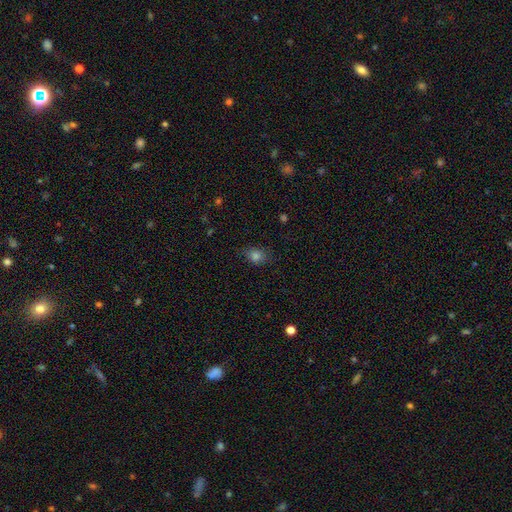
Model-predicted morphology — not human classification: type=smooth (79%); roundness=in between (53%); merging=none (77%).